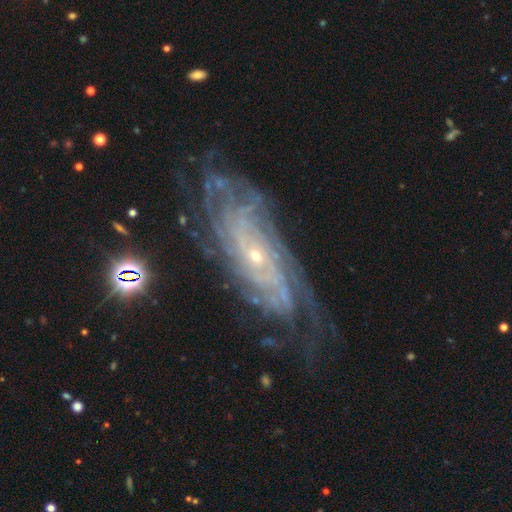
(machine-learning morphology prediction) Smooth or featured?
  - featured or disk: 89% *
  - star or artifact: 6%
  - smooth: 5%
Edge-on disk?
  - no: 92% *
  - yes: 8%
Bar?
  - no: 69% *
  - weak: 22%
  - strong: 9%
Spiral arms?
  - yes: 98% *
  - no: 2%
Spiral winding?
  - tight: 76% *
  - medium: 20%
  - loose: 4%
Spiral arm count?
  - can't tell: 31% *
  - more than 4: 23%
  - 4: 18%
  - 3: 11%
  - 2: 10%
  - 1: 7%
Bulge size?
  - small: 80% *
  - moderate: 16%
  - none: 1%
  - large: 1%
  - dominant: 1%
Merging?
  - none: 74% *
  - minor disturbance: 17%
  - major disturbance: 7%
  - merger: 2%